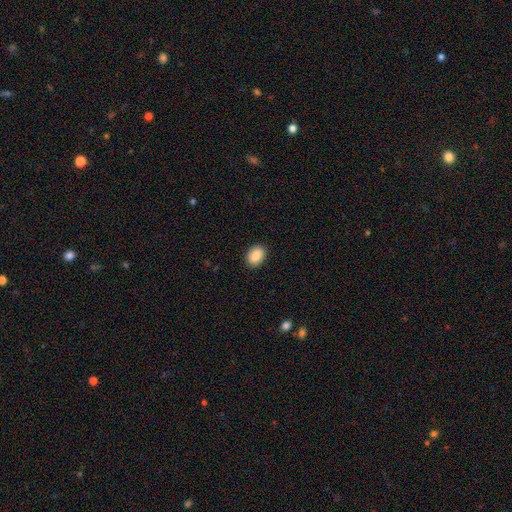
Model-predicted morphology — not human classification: A smooth galaxy with no disk features (86%) that is in between round and cigar-shaped (71%). Merging: none (91%).